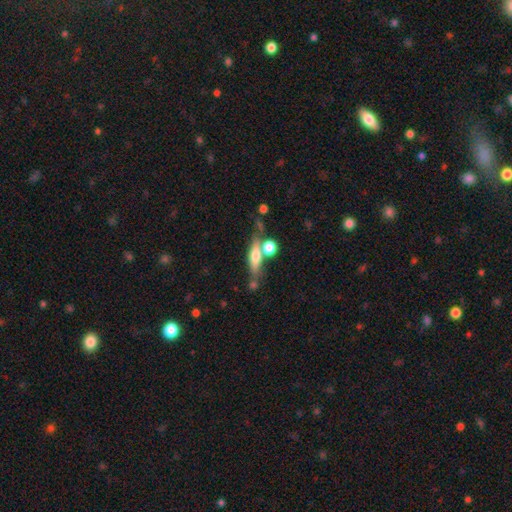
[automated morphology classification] The model was most divided on "smooth or featured": smooth: 49%, featured or disk: 42%, star or artifact: 9%. More confident: merging — none (57%).